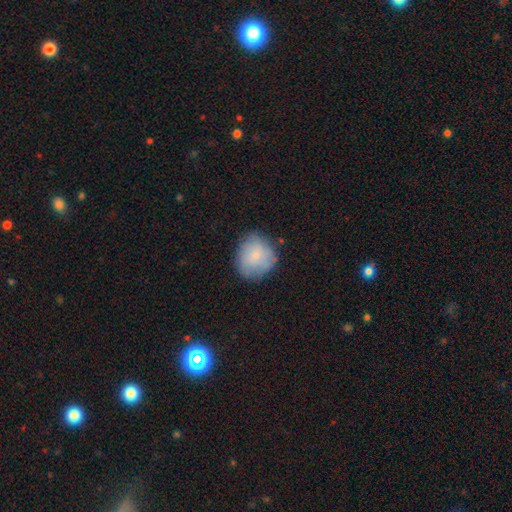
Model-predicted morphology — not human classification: Q: Smooth or featured?
A: smooth (74%); runner-up: featured or disk (19%)
Q: How rounded?
A: round (78%); runner-up: in between (21%)
Q: Merging?
A: none (71%); runner-up: minor disturbance (21%)